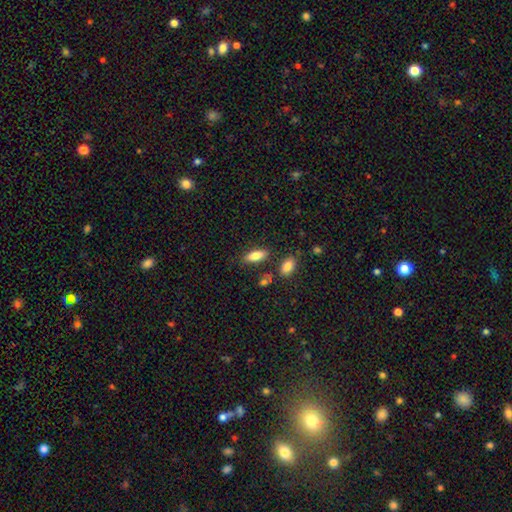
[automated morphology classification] smooth_or_featured: smooth (p=0.79) [alt: featured or disk p=0.14]
how_rounded: in between (p=0.74) [alt: cigar-shaped p=0.24]
merging: none (p=0.80) [alt: minor disturbance p=0.11]